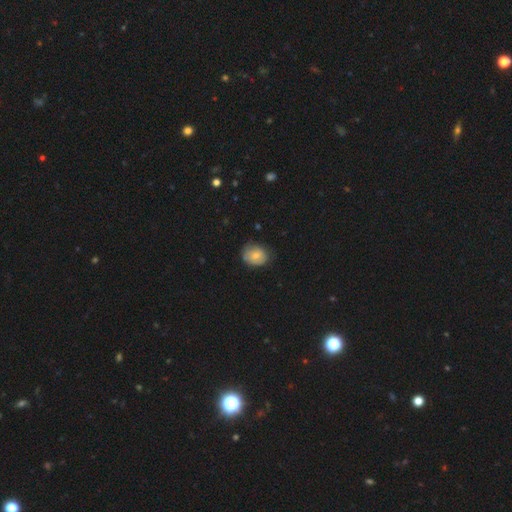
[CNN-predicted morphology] Smooth or featured? smooth (71%)
How rounded? round (50%)
Merging? none (67%)